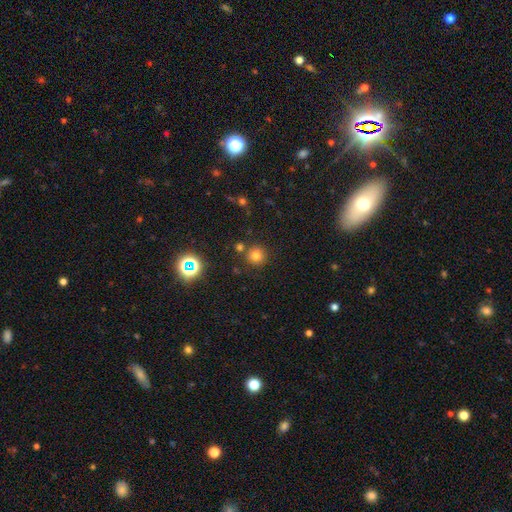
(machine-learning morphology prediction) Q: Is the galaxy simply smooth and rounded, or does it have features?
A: smooth — 73%.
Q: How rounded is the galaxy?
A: round — 94%.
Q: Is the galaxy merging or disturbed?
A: none — 81%.